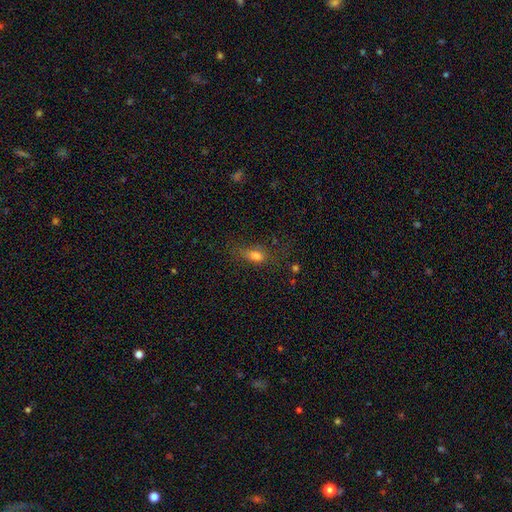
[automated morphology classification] Smooth or featured? smooth (73%)
How rounded? in between (74%)
Merging? none (56%)